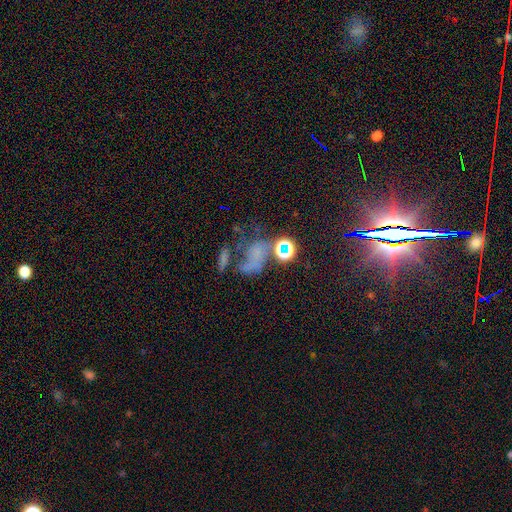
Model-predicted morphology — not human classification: A star or artifact, not a galaxy (38%).